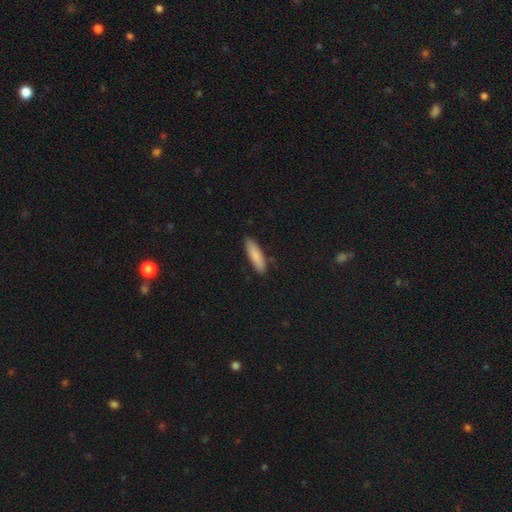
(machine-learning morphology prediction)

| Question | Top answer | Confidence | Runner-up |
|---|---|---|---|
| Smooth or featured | smooth | 85% | featured or disk (9%) |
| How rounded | cigar-shaped | 61% | in between (37%) |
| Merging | none | 84% | minor disturbance (12%) |